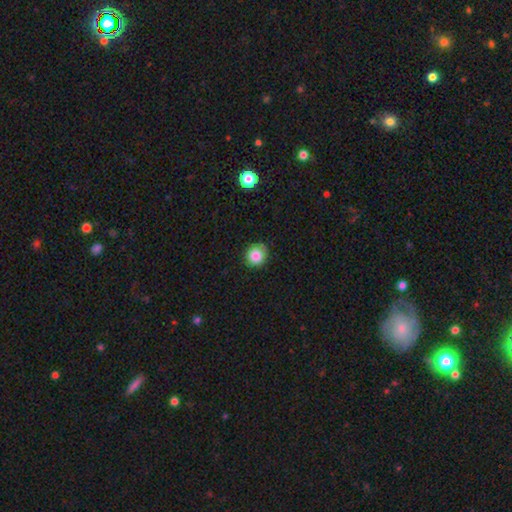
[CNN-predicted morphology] smooth_or_featured: smooth (p=0.84) [alt: star or artifact p=0.10]
how_rounded: round (p=0.88) [alt: in between p=0.11]
merging: none (p=0.79) [alt: minor disturbance p=0.16]